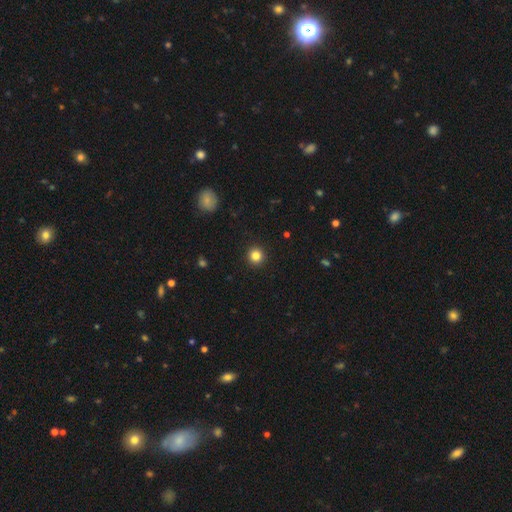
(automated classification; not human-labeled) A smooth galaxy with no disk features (84%) that is round (95%).

Vote fractions:
- Smooth or featured? smooth: 84% / star or artifact: 12% / featured or disk: 5%
- How rounded? round: 95% / in between: 4% / cigar-shaped: 1%
- Merging? none: 93% / minor disturbance: 4% / major disturbance: 2% / merger: 1%